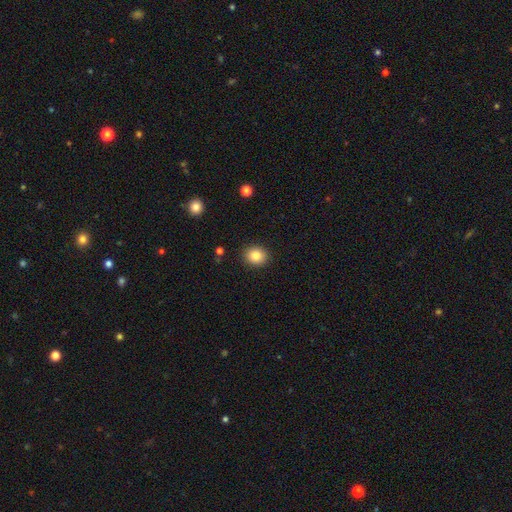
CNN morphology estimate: Overall: smooth (84%). How rounded: round (73%). Merging: none (91%).